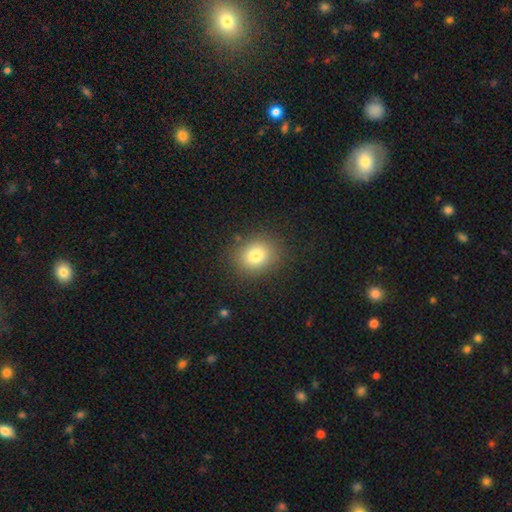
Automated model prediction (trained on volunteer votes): The model was most divided on "how rounded": round: 64%, in between: 35%, cigar-shaped: 1%. More confident: merging — none (86%); smooth or featured — smooth (79%).